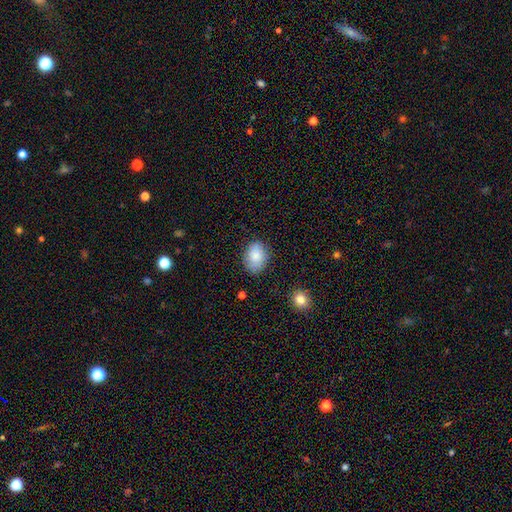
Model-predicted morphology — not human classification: A smooth galaxy with no disk features (82%) that is in between round and cigar-shaped (76%). Merging: none (77%).